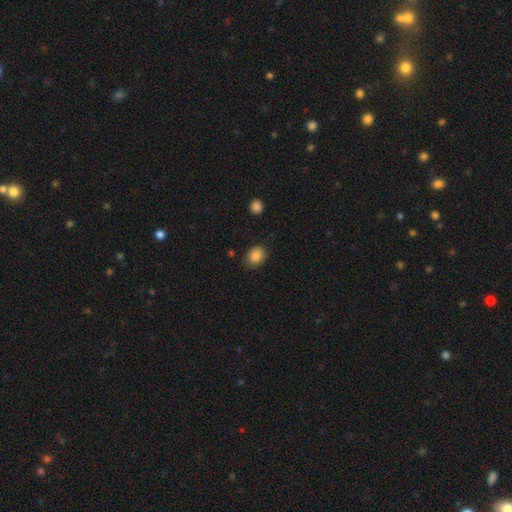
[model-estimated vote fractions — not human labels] smooth-or-featured: smooth: 86% | star or artifact: 9% | featured or disk: 5%
  how-rounded: round: 53% | in between: 46% | cigar-shaped: 1%
  merging: none: 84% | minor disturbance: 12% | major disturbance: 3% | merger: 2%